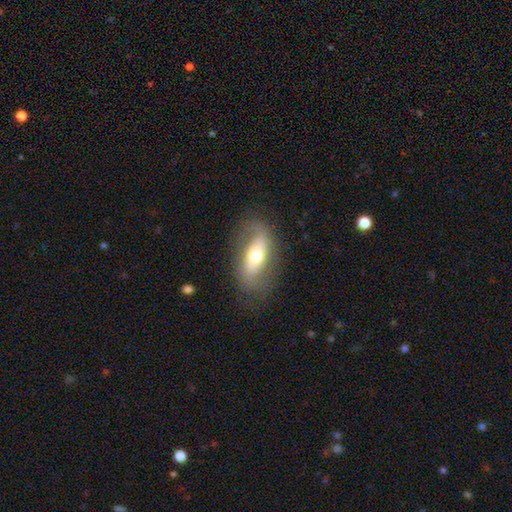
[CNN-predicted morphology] This is possibly a featured or disk galaxy (55%). It is clearly not viewed edge-on (82%). Merging: likely none (73%).